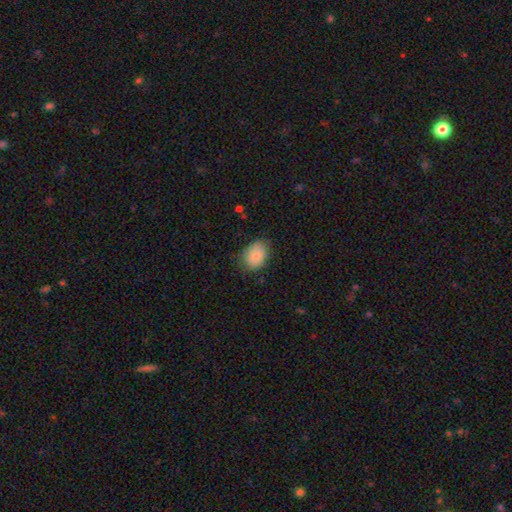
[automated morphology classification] A smooth galaxy with no disk features (85%) that is in between round and cigar-shaped (74%). Merging: none (71%).